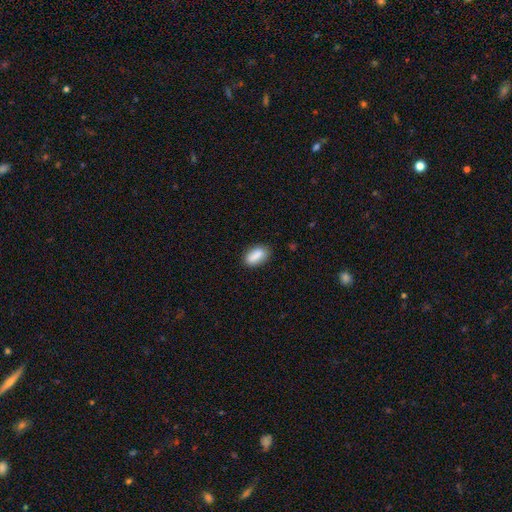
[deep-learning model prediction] Smooth or featured? smooth (86%)
How rounded? in between (86%)
Merging? none (82%)